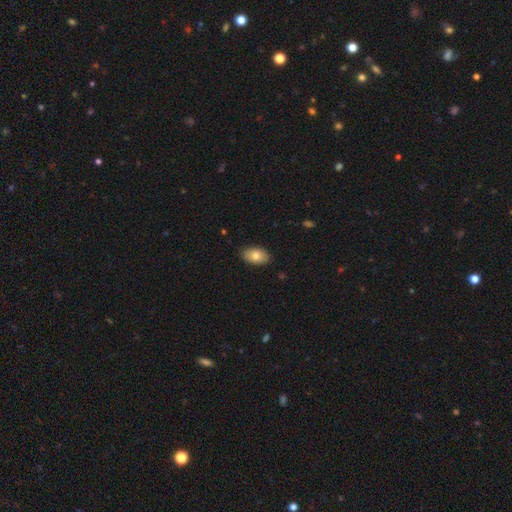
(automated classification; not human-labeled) This appears to be a smooth galaxy with no disk features (80%) that is in between round and cigar-shaped (92%). Merging: none (87%).